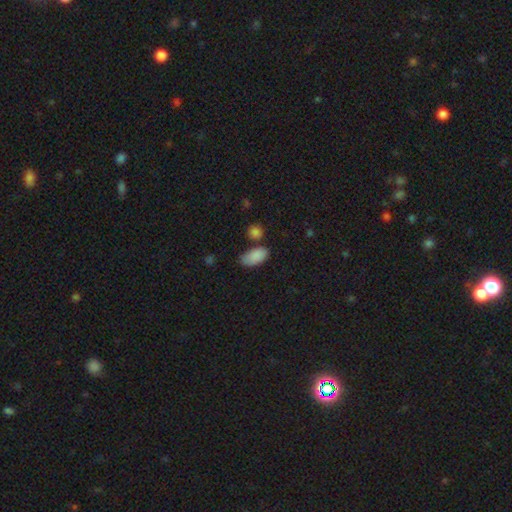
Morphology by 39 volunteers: A smooth galaxy with no disk features (95%) that is in between round and cigar-shaped (92%).

Vote fractions:
- Smooth or featured? smooth: 95% / featured or disk: 5% / star or artifact: 0%
- How rounded? in between: 92% / round: 5% / cigar-shaped: 3%
- Merging? none: 67% / minor disturbance: 23% / major disturbance: 8% / merger: 3%